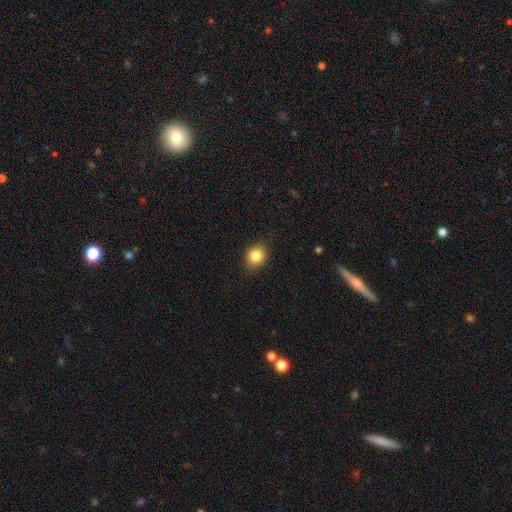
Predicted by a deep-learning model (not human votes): Smooth or featured?
  - smooth: 84% *
  - star or artifact: 10%
  - featured or disk: 6%
How rounded?
  - round: 65% *
  - in between: 34%
  - cigar-shaped: 1%
Merging?
  - none: 84% *
  - minor disturbance: 13%
  - major disturbance: 3%
  - merger: 1%